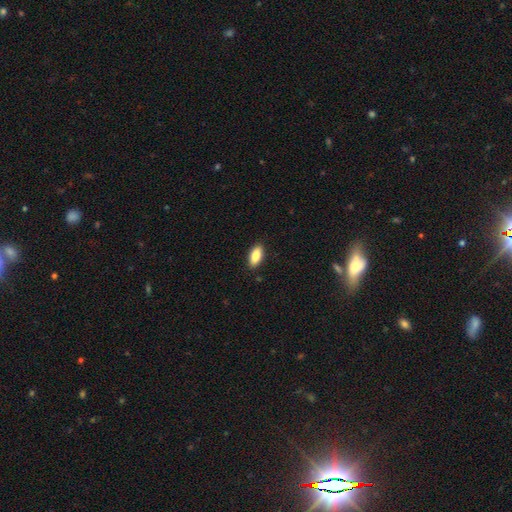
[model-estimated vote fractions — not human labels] This is clearly a smooth galaxy (88%). How rounded: clearly in between (89%). Merging: clearly none (89%).